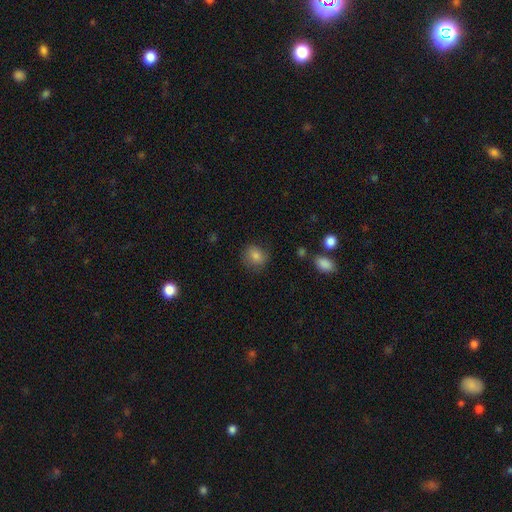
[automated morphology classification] Overall: smooth (82%). How rounded: round (74%). Merging: none (79%).